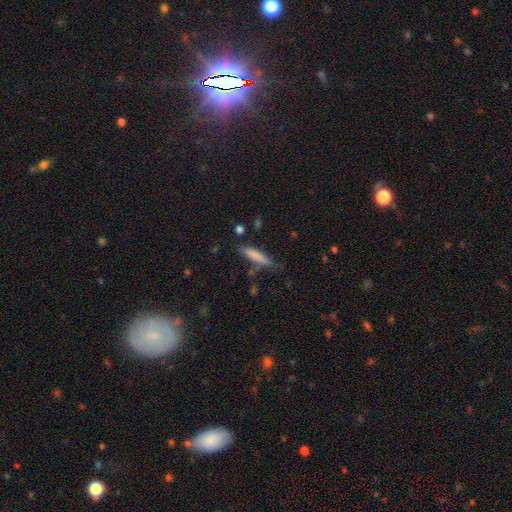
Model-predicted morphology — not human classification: type=smooth (78%); roundness=cigar-shaped (83%); merging=none (69%).